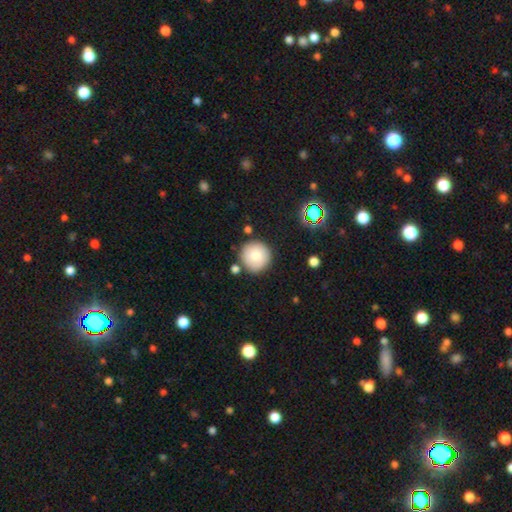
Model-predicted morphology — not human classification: Smooth or featured: smooth — 79% (featured or disk — 13%)
How rounded: round — 95% (in between — 4%)
Merging: none — 83% (minor disturbance — 10%)